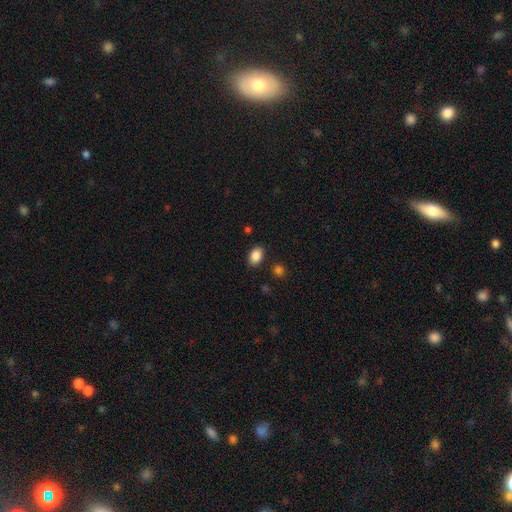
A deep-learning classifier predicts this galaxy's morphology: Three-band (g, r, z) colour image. It shows a smooth galaxy with no disk features (88%) that is in between round and cigar-shaped (84%). Merging: none (86%).